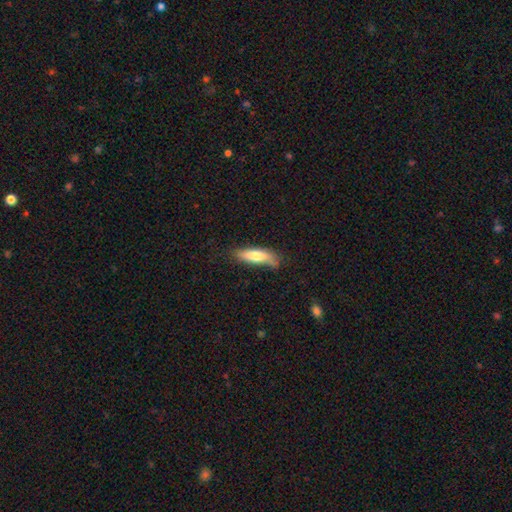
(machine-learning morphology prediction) The model was most divided on "how rounded": cigar-shaped: 60%, in between: 38%, round: 2%. More confident: smooth or featured — smooth (73%); merging — none (63%).